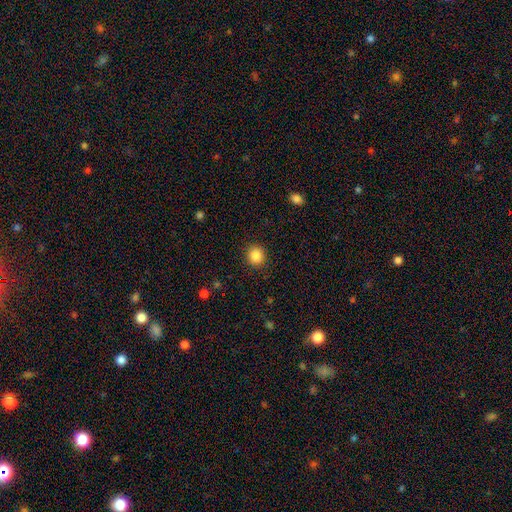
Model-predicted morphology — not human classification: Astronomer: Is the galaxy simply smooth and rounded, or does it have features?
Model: smooth — 86%.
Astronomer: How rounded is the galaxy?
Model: round — 87%.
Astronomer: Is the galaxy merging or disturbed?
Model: none — 91%.